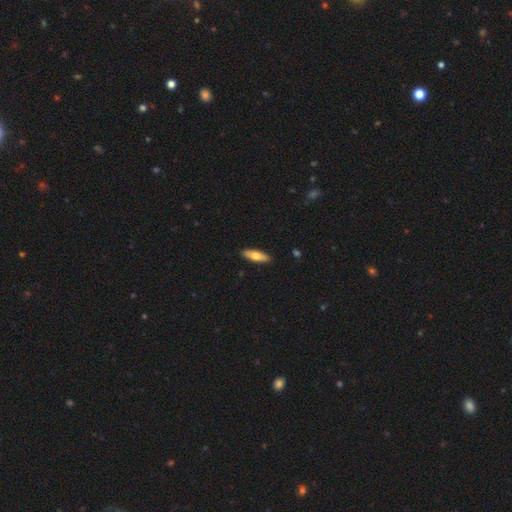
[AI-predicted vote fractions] smooth 67%, featured or disk 28%, star or artifact 5%. Down the decision tree: how rounded — in between (56%); merging — none (90%).